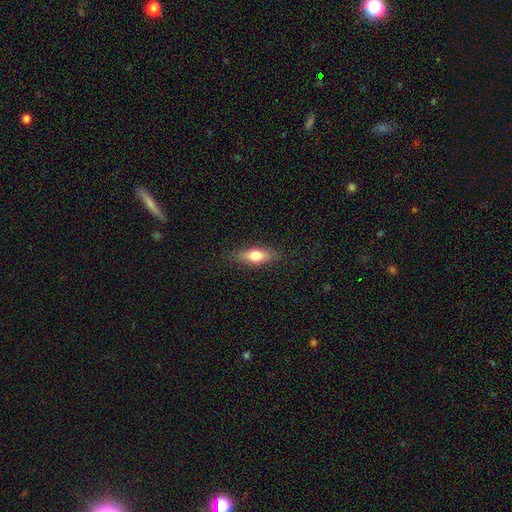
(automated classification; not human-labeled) smooth 71%, featured or disk 22%, star or artifact 7%. Down the decision tree: how rounded — in between (64%); merging — none (84%).